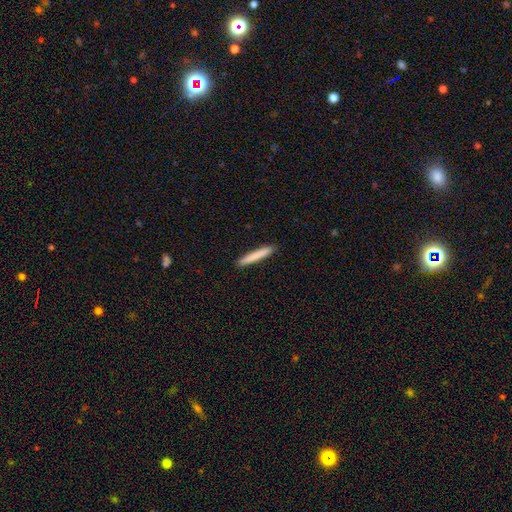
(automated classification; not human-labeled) smooth 80%, featured or disk 14%, star or artifact 5%. Down the decision tree: how rounded — cigar-shaped (96%); merging — none (93%).